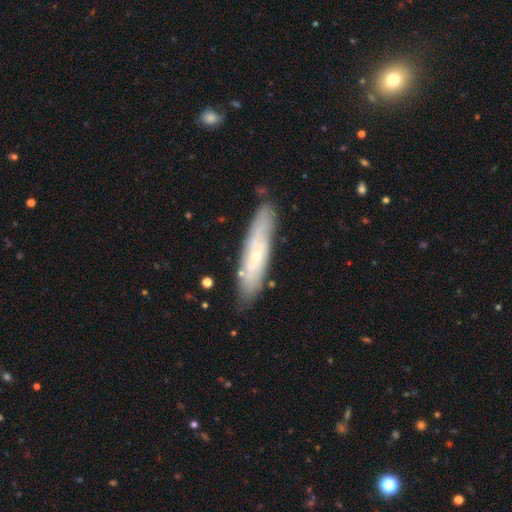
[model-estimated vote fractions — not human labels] Morphology: type=featured or disk (63%); edge-on=no (59%); merging=none (80%).